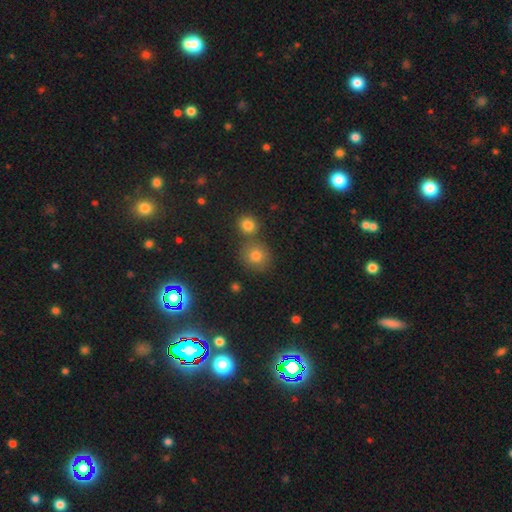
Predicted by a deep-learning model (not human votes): Smooth or featured: smooth — 77% (star or artifact — 15%)
How rounded: round — 85% (in between — 14%)
Merging: none — 68% (merger — 20%)